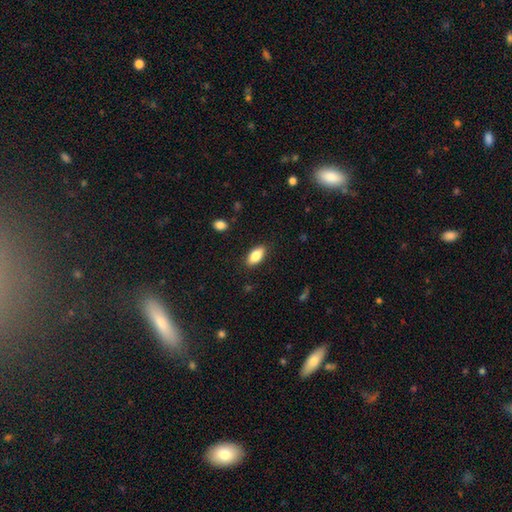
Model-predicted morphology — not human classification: Smooth or featured: smooth — 84% (featured or disk — 9%)
How rounded: in between — 89% (cigar-shaped — 8%)
Merging: none — 87% (minor disturbance — 9%)